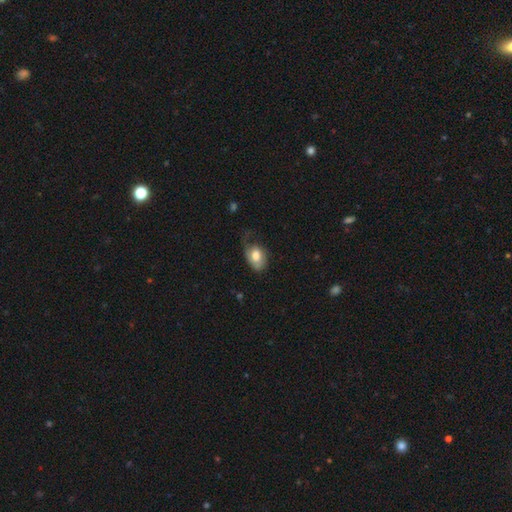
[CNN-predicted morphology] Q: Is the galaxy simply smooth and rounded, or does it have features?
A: smooth — 66%.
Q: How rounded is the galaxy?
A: in between — 79%.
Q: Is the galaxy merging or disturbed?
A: none — 34%.